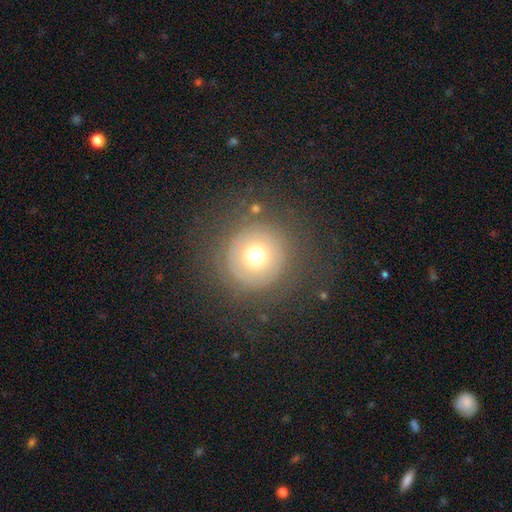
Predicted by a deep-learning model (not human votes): Q: Smooth or featured?
A: smooth (58%); runner-up: featured or disk (30%)
Q: How rounded?
A: round (95%); runner-up: in between (4%)
Q: Merging?
A: none (79%); runner-up: minor disturbance (11%)